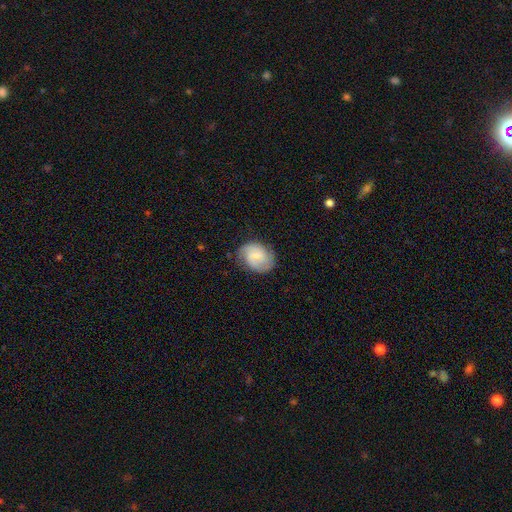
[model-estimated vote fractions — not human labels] smooth-or-featured: featured or disk: 55% | smooth: 38% | star or artifact: 7%
  disk-edge-on: no: 97% | yes: 3%
    bar: weak: 54% | no: 35% | strong: 11%
    has-spiral-arms: yes: 89% | no: 11%
    bulge-size: small: 57% | moderate: 24% | none: 15% | large: 2% | dominant: 1%
  merging: none: 71% | minor disturbance: 21% | major disturbance: 7% | merger: 1%